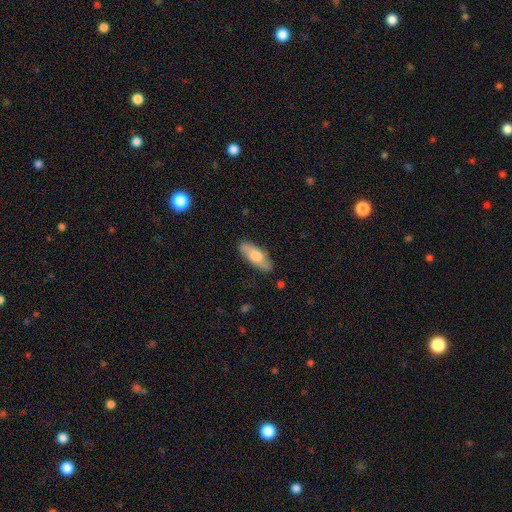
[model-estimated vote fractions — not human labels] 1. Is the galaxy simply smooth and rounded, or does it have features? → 62% smooth, 32% featured or disk, 6% star or artifact.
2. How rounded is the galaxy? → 76% in between, 22% cigar-shaped, 3% round.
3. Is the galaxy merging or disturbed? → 83% none, 13% minor disturbance, 3% major disturbance, 1% merger.